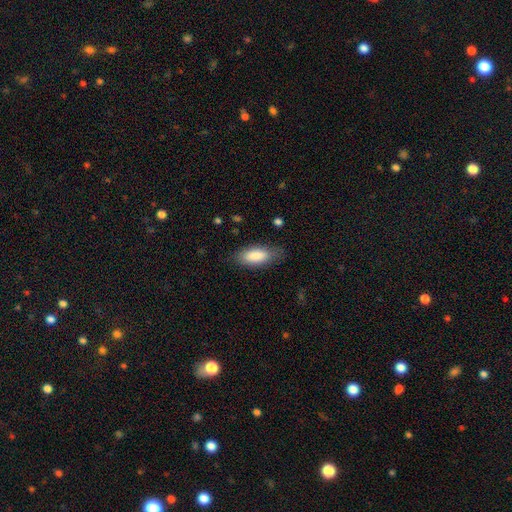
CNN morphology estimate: smooth 87%, featured or disk 8%, star or artifact 6%. Down the decision tree: how rounded — in between (80%); merging — none (76%).